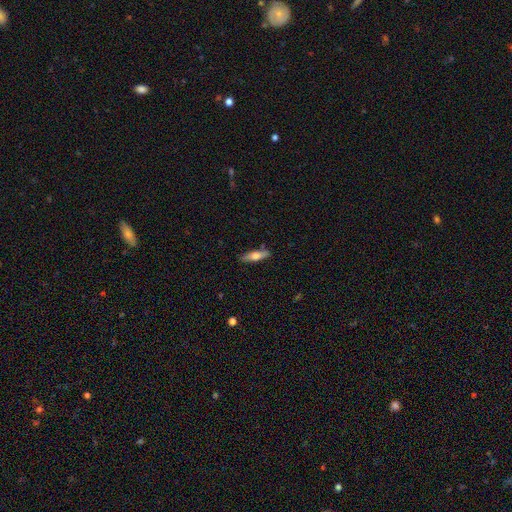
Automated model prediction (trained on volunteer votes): Smooth or featured? smooth (60%)
How rounded? cigar-shaped (65%)
Merging? none (84%)